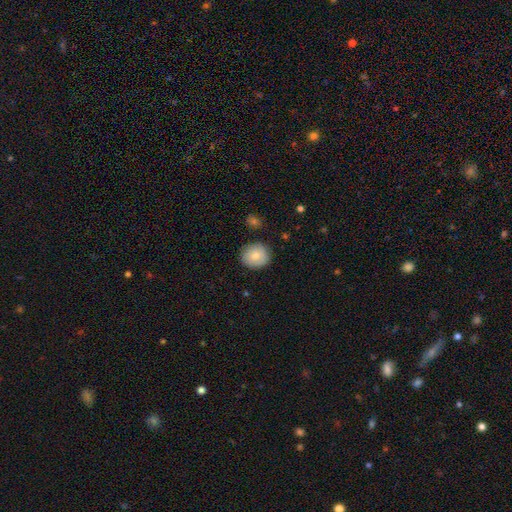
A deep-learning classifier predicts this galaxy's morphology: A smooth galaxy with no disk features (75%) that is round (79%).

Vote fractions:
- Smooth or featured? smooth: 75% / featured or disk: 18% / star or artifact: 8%
- How rounded? round: 79% / in between: 20% / cigar-shaped: 1%
- Merging? none: 83% / minor disturbance: 12% / major disturbance: 3% / merger: 2%